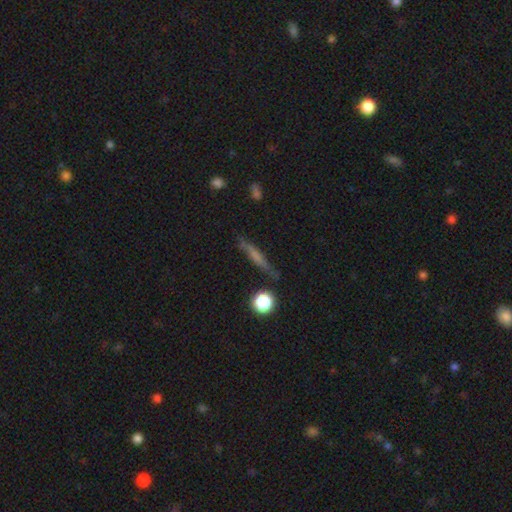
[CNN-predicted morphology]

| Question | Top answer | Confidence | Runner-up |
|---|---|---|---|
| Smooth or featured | featured or disk | 46% | smooth (44%) |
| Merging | none | 81% | minor disturbance (13%) |